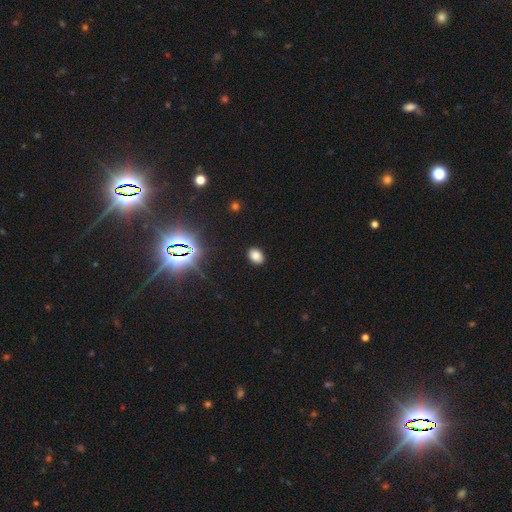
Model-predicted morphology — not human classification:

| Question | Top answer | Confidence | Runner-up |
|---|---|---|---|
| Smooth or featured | smooth | 80% | star or artifact (16%) |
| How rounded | in between | 73% | round (26%) |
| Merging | none | 89% | minor disturbance (8%) |